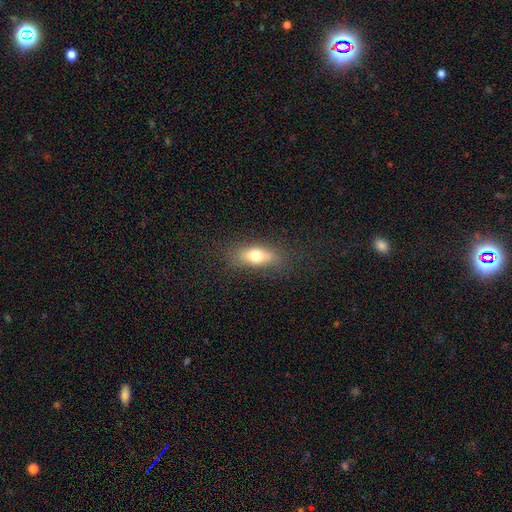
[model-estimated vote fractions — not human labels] Smooth or featured: smooth — 72% (featured or disk — 19%)
How rounded: in between — 77% (cigar-shaped — 16%)
Merging: none — 70% (minor disturbance — 20%)